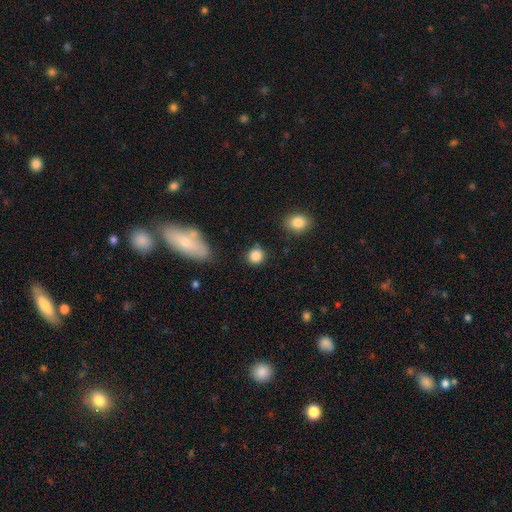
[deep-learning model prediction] This appears to be a smooth galaxy with no disk features (86%) that is round (87%). Merging: none (83%).